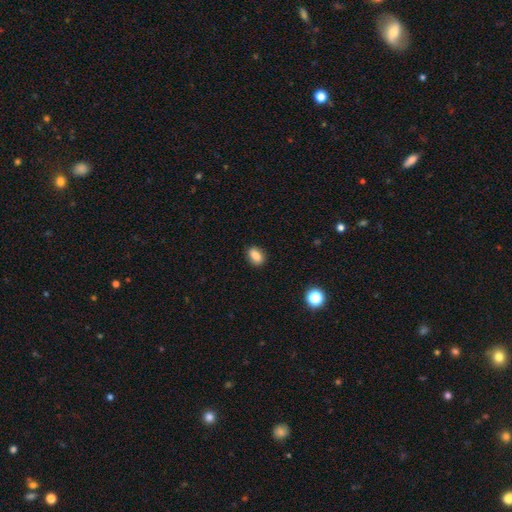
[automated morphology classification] A smooth galaxy with no disk features (85%) that is in between round and cigar-shaped (80%). Merging: none (88%).